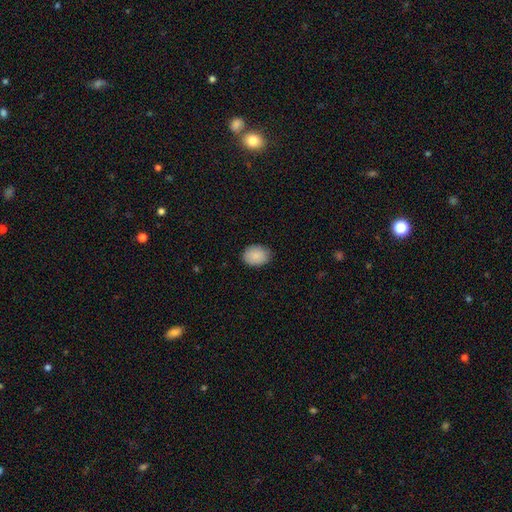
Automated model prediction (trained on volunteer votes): This is clearly a smooth galaxy (90%). How rounded: likely in between (68%). Merging: clearly none (83%).